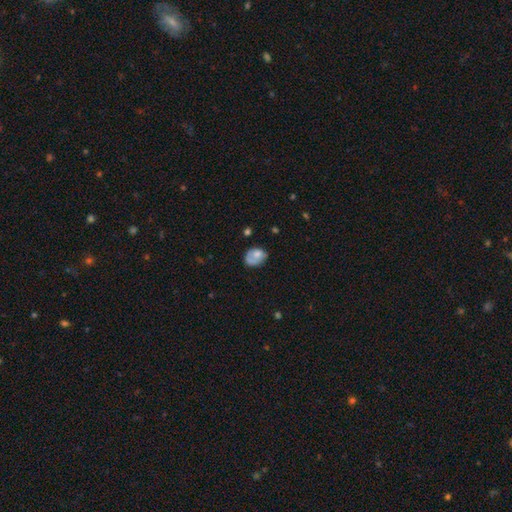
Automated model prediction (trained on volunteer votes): This appears to be a smooth galaxy with no disk features (63%) that is in between round and cigar-shaped (62%). Merging: none (44%).